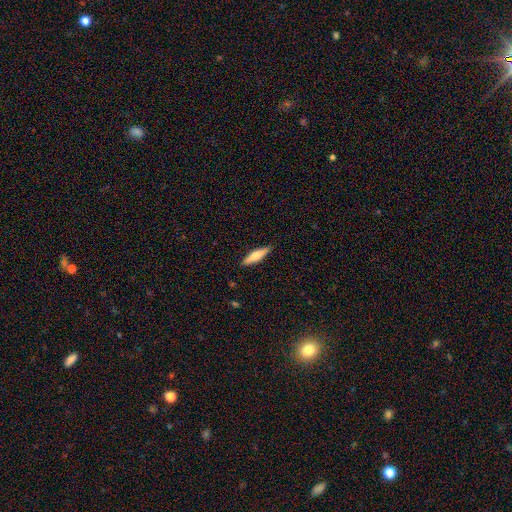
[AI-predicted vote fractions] Overall: smooth (57%; featured or disk 37%). How rounded: cigar-shaped (76%). Merging: none (89%).